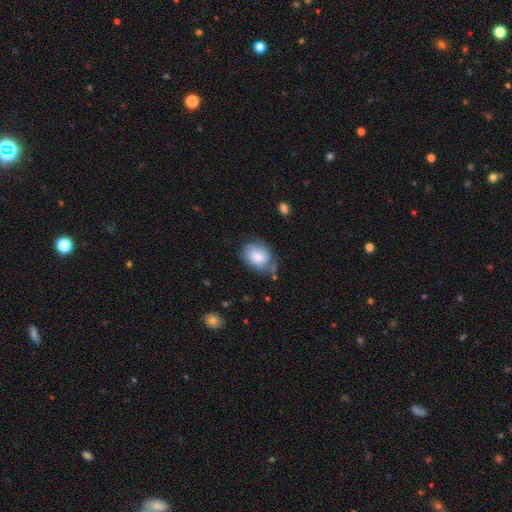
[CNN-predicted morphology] Smooth or featured? Predicted: smooth (p=0.71). How rounded? Predicted: in between (p=0.65). Merging? Predicted: none (p=0.47).